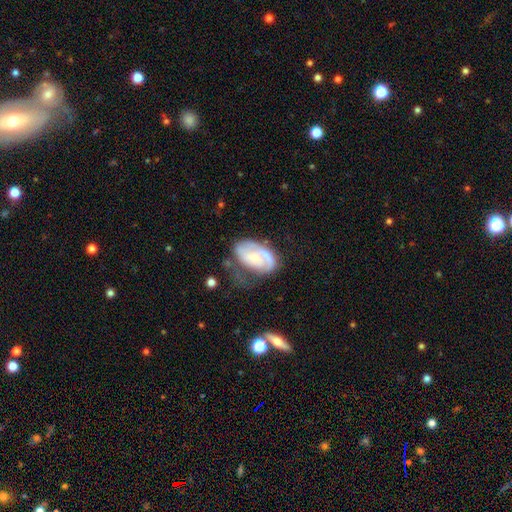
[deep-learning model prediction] Smooth or featured: featured or disk — 66% (smooth — 27%)
Edge-on disk: no — 96% (yes — 4%)
Bar: no — 70% (weak — 24%)
Spiral arms: yes — 70% (no — 30%)
Bulge size: small — 60% (moderate — 32%)
Merging: none — 37% (minor disturbance — 30%)